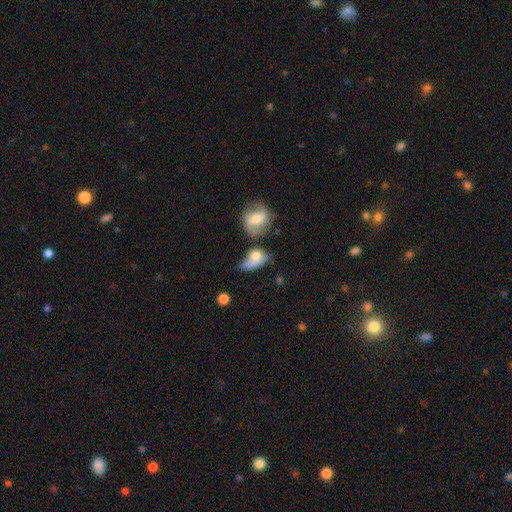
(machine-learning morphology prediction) The model was most divided on "merging": none: 28%, minor disturbance: 27%, merger: 24%, major disturbance: 21%. More confident: how rounded — in between (76%); smooth or featured — smooth (61%).